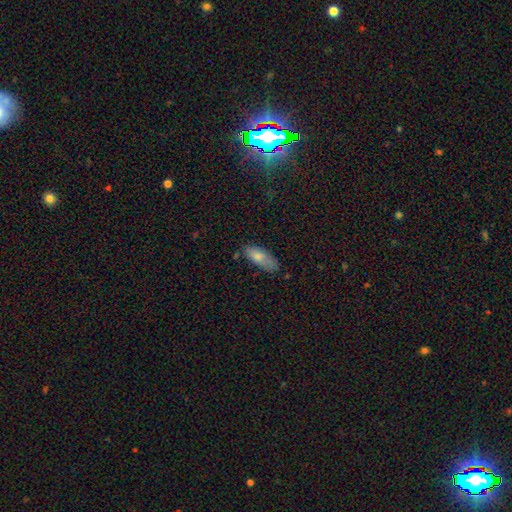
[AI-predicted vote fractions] Smooth or featured? smooth (67%)
How rounded? in between (69%)
Merging? none (72%)